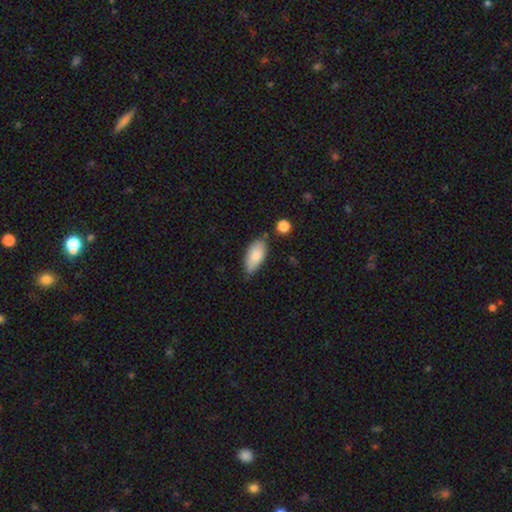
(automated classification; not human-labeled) Smooth or featured? Predicted: smooth (p=0.82). How rounded? Predicted: in between (p=0.90). Merging? Predicted: none (p=0.68).